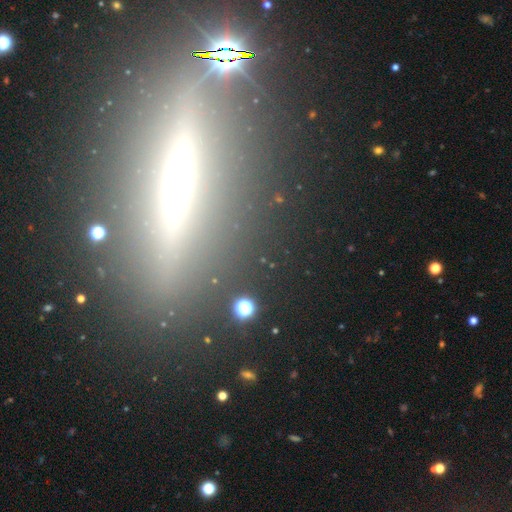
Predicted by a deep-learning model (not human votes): Smooth or featured: featured or disk — 67% (smooth — 17%)
Edge-on disk: yes — 89% (no — 11%)
Edge-on bulge: rounded — 66% (none — 25%)
Merging: none — 85% (minor disturbance — 9%)